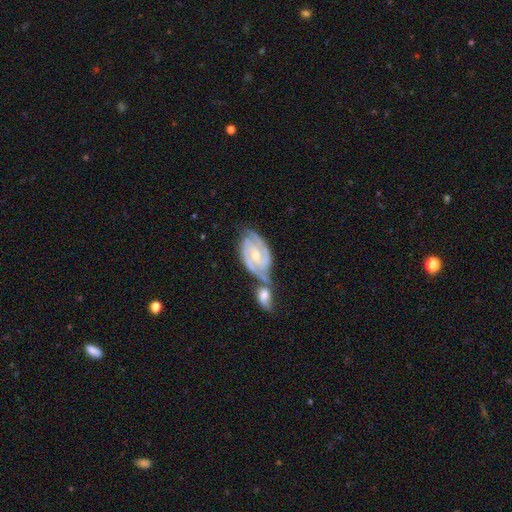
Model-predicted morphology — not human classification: type=featured or disk (90%); edge-on=no (97%); bar=weak (44%); spiral arms=yes (98%); winding=tight (57%); arm count=2 (72%); bulge=small (51%); merging=merger (46%).